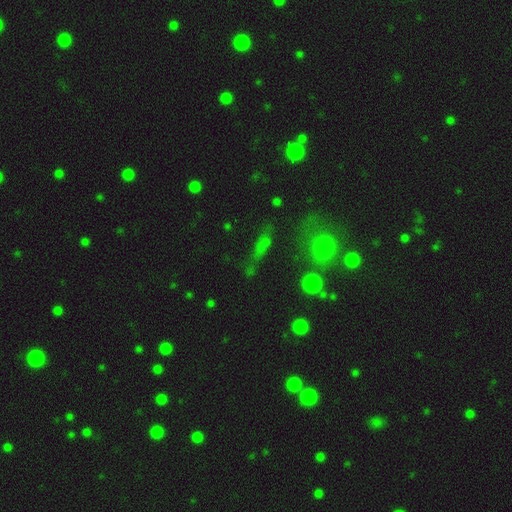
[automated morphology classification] smooth_or_featured: star or artifact (p=0.48) [alt: smooth p=0.34]